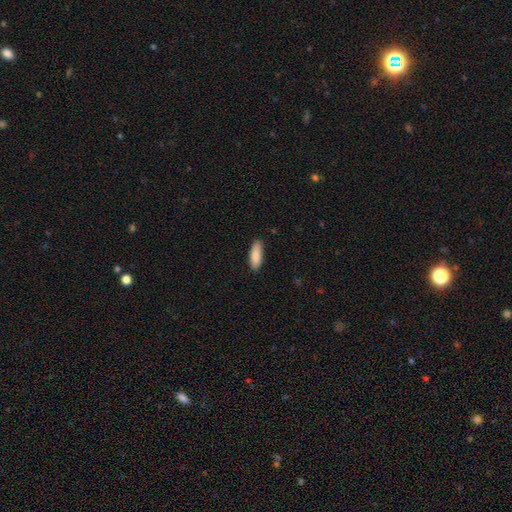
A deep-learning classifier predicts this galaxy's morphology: The model was most divided on "how rounded": in between: 61%, cigar-shaped: 37%, round: 2%. More confident: smooth or featured — smooth (87%); merging — none (85%).